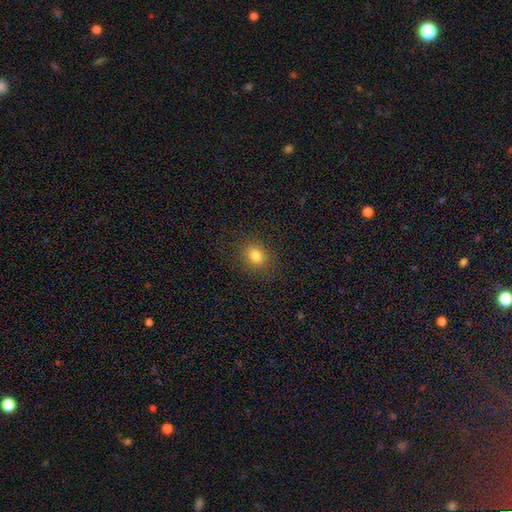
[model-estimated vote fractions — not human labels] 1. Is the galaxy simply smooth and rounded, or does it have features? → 80% smooth, 12% star or artifact, 8% featured or disk.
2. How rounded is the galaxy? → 49% in between (tied), 49% round (tied), 1% cigar-shaped.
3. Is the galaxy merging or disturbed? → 86% none, 9% minor disturbance, 3% major disturbance, 1% merger.